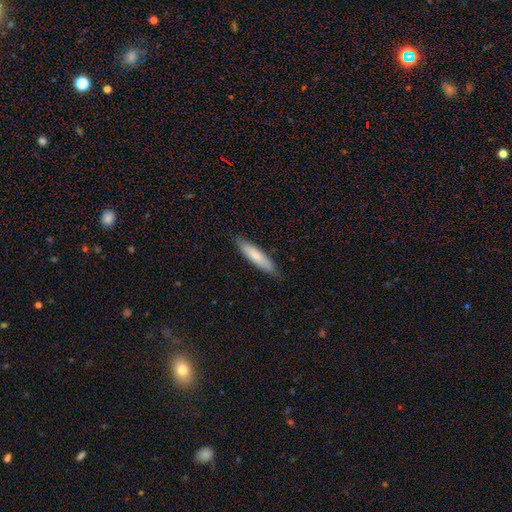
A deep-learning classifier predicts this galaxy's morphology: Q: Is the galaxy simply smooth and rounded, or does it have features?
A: smooth — 75%.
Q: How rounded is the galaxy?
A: cigar-shaped — 81%.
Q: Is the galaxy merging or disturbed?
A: none — 86%.